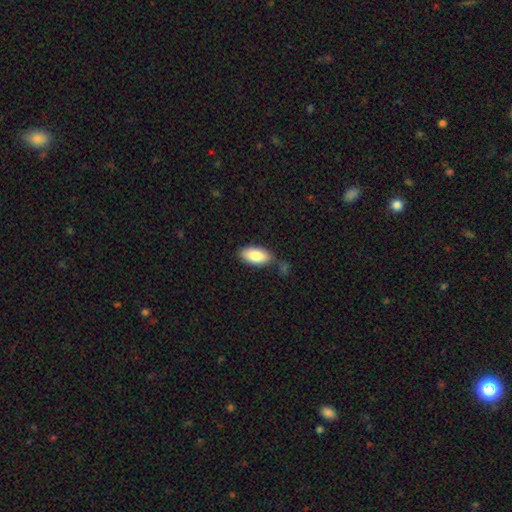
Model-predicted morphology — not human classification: type=smooth (85%); roundness=in between (93%); merging=none (70%).